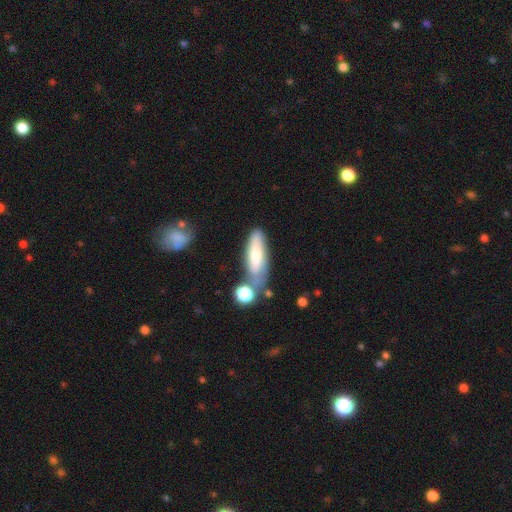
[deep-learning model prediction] Overall: smooth (62%; featured or disk 31%). How rounded: cigar-shaped (50%; in between 48%). Merging: none (52%; minor disturbance 22%).